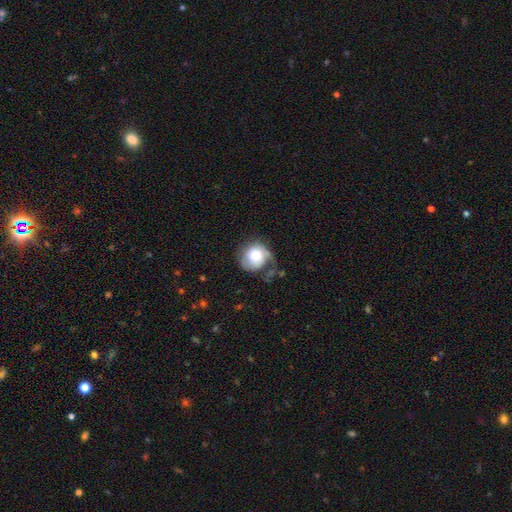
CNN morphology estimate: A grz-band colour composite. It shows a smooth galaxy with no disk features (62%) that is round (83%). Merging: none (43%).